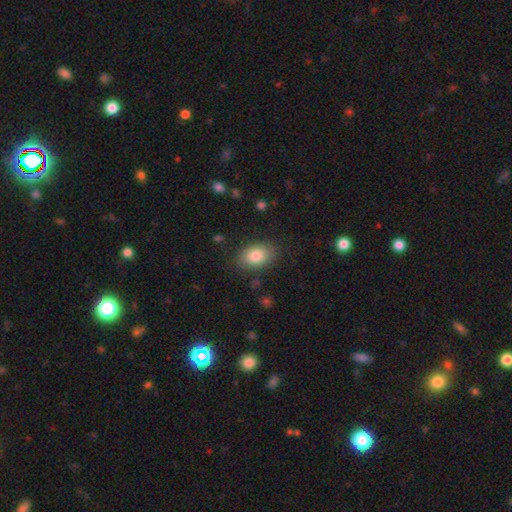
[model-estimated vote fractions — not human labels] Smooth or featured?
  - smooth: 83% *
  - featured or disk: 10%
  - star or artifact: 8%
How rounded?
  - in between: 83% *
  - round: 16%
  - cigar-shaped: 1%
Merging?
  - none: 83% *
  - minor disturbance: 12%
  - major disturbance: 4%
  - merger: 1%